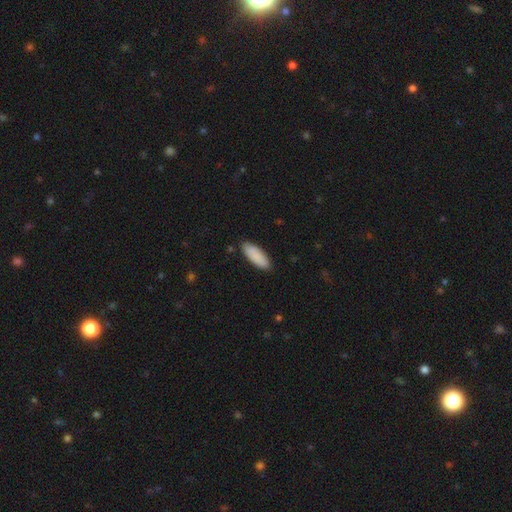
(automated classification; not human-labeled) smooth-or-featured: smooth: 89% | star or artifact: 6% | featured or disk: 5%
  how-rounded: in between: 72% | cigar-shaped: 26% | round: 1%
  merging: none: 87% | minor disturbance: 10% | major disturbance: 2% | merger: 1%